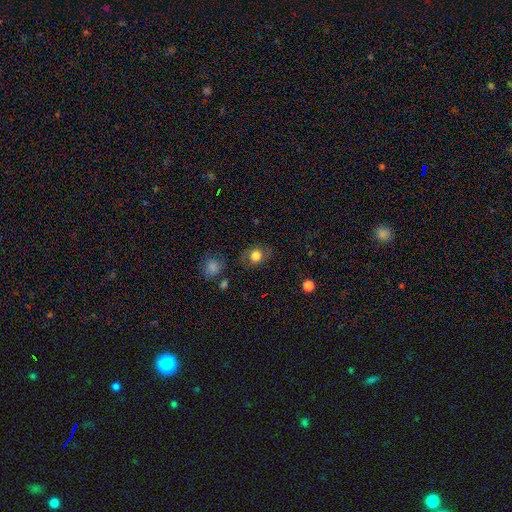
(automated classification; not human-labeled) smooth-or-featured: smooth: 72% | featured or disk: 18% | star or artifact: 11%
  how-rounded: round: 70% | in between: 29% | cigar-shaped: 1%
  merging: none: 76% | minor disturbance: 15% | major disturbance: 7% | merger: 2%